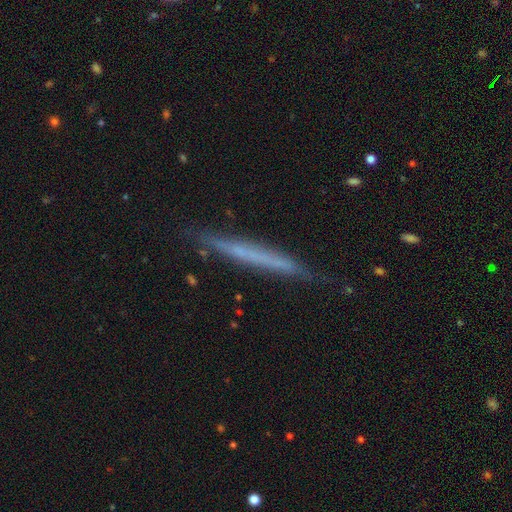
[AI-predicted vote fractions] The model was most divided on "smooth or featured": featured or disk: 52%, smooth: 41%, star or artifact: 7%. More confident: edge-on disk — yes (94%); merging — none (82%).